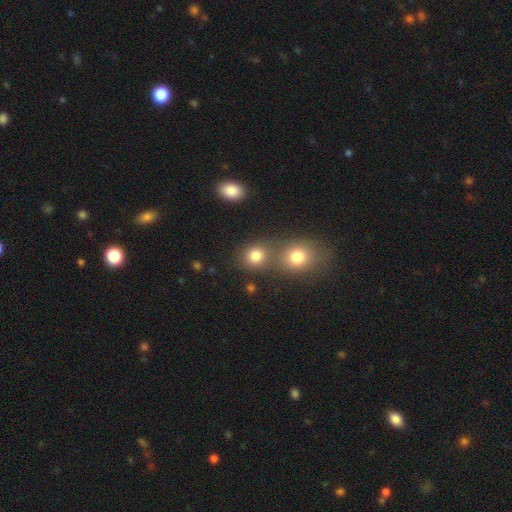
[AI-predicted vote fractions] smooth 80%, star or artifact 13%, featured or disk 7%. Down the decision tree: how rounded — round (78%); merging — none (50%).